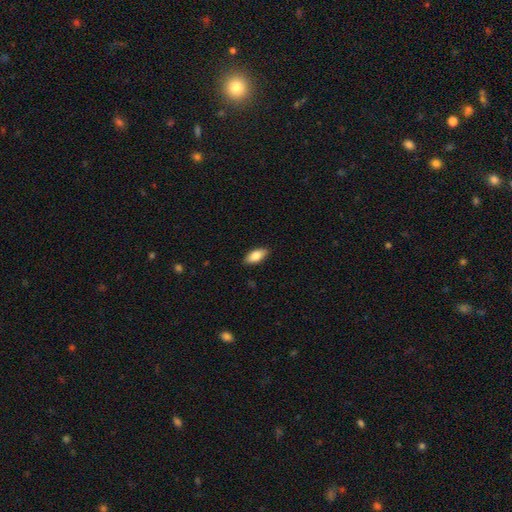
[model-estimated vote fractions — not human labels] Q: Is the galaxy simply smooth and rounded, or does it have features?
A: smooth — 81%.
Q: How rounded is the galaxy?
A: in between — 87%.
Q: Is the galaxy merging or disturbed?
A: none — 88%.